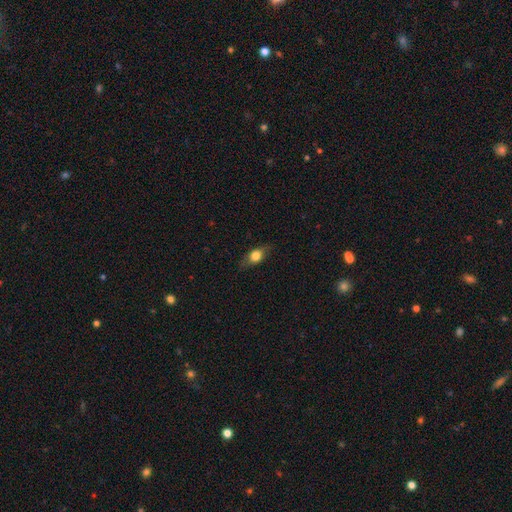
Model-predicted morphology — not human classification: The model was most divided on "smooth or featured": smooth: 65%, featured or disk: 26%, star or artifact: 8%. More confident: merging — none (77%); how rounded — in between (66%).